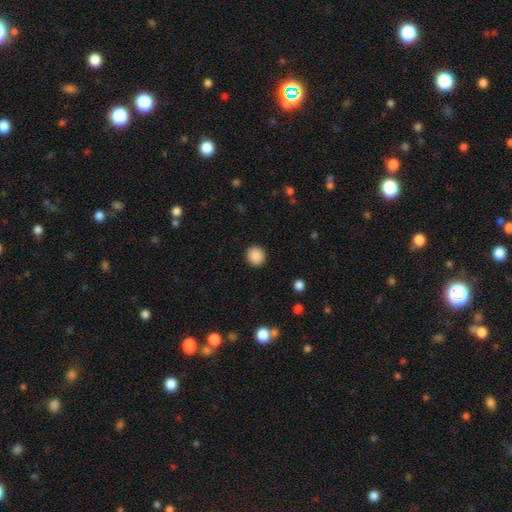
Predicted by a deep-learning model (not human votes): smooth 89%, star or artifact 9%, featured or disk 3%. Down the decision tree: how rounded — round (94%); merging — none (92%).